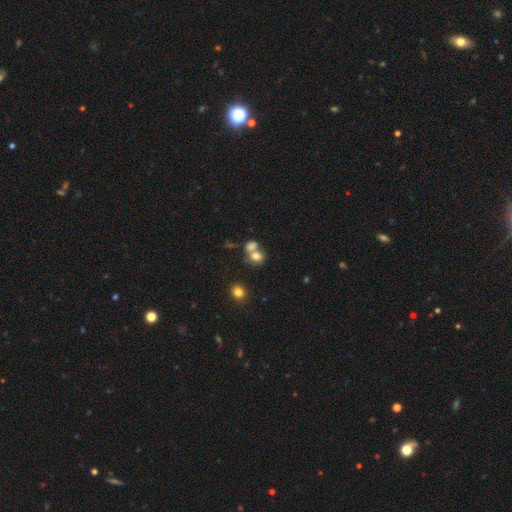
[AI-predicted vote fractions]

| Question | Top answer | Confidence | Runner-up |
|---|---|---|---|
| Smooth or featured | smooth | 75% | featured or disk (13%) |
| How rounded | round | 55% | in between (43%) |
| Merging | merger | 53% | none (33%) |